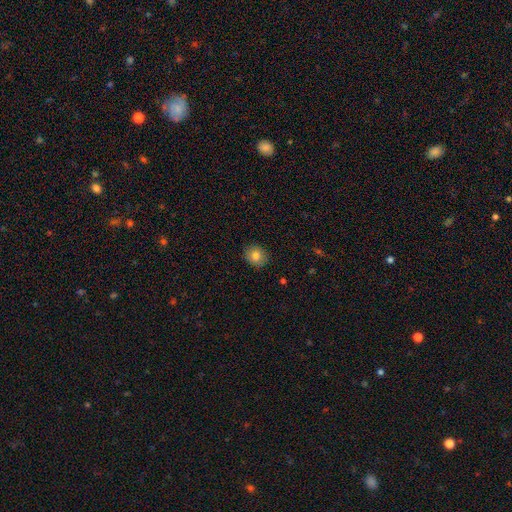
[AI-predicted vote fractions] smooth 82%, star or artifact 10%, featured or disk 8%. Down the decision tree: how rounded — round (75%); merging — none (88%).